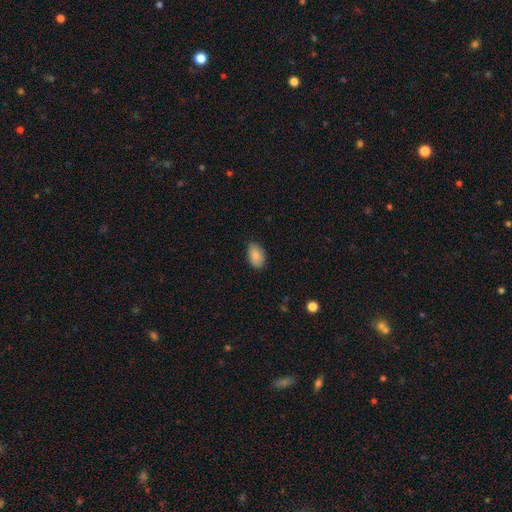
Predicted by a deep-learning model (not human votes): Q: Smooth or featured?
A: smooth (87%); runner-up: star or artifact (7%)
Q: How rounded?
A: in between (91%); runner-up: round (8%)
Q: Merging?
A: none (78%); runner-up: minor disturbance (18%)